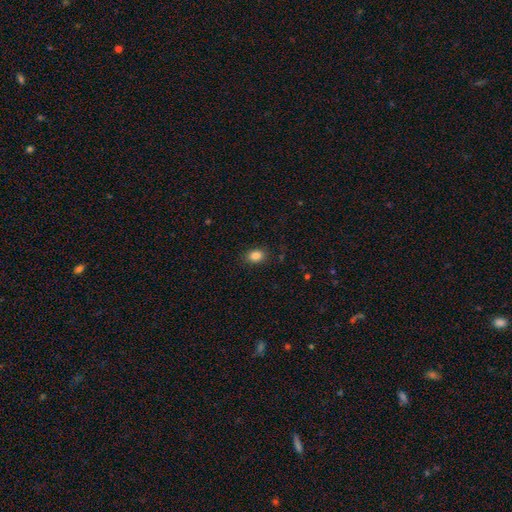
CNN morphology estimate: Smooth or featured? Predicted: smooth (p=0.85). How rounded? Predicted: in between (p=0.72). Merging? Predicted: none (p=0.87).